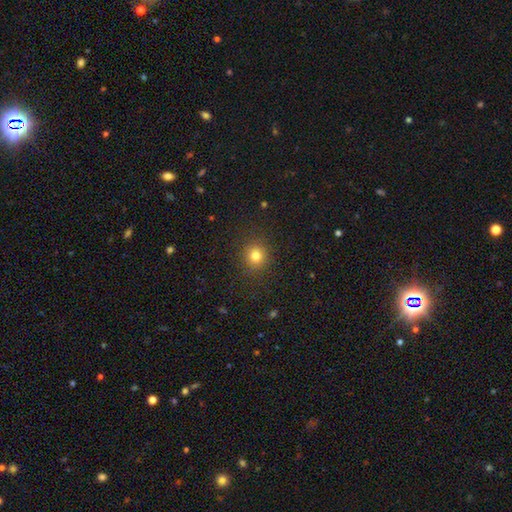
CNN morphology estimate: Smooth or featured? smooth (80%)
How rounded? round (90%)
Merging? none (90%)